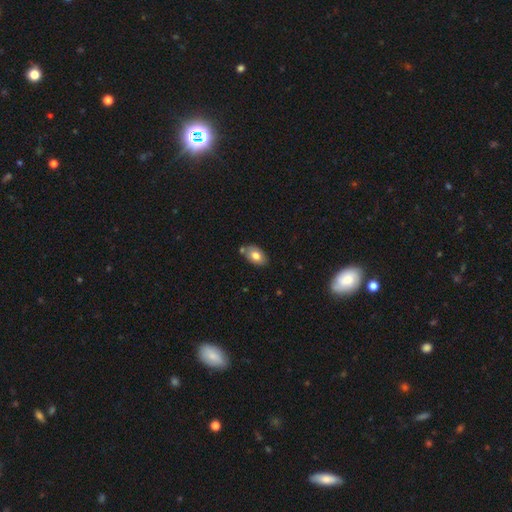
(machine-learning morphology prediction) Smooth or featured: smooth — 77% (featured or disk — 16%)
How rounded: in between — 89% (round — 9%)
Merging: none — 70% (minor disturbance — 16%)